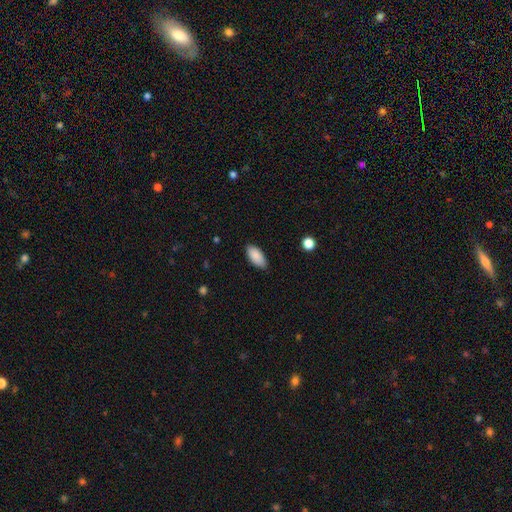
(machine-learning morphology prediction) smooth-or-featured: smooth: 89% | star or artifact: 6% | featured or disk: 4%
  how-rounded: in between: 93% | cigar-shaped: 5% | round: 2%
  merging: none: 83% | minor disturbance: 14% | major disturbance: 2% | merger: 1%